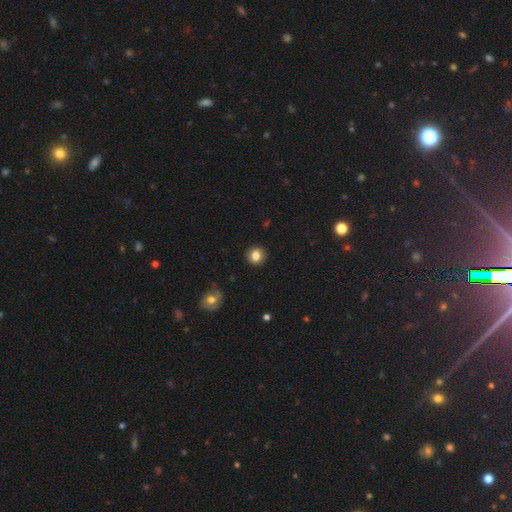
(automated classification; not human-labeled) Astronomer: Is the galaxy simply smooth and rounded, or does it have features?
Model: smooth — 83%.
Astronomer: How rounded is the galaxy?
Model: round — 90%.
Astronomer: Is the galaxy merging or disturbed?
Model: none — 91%.